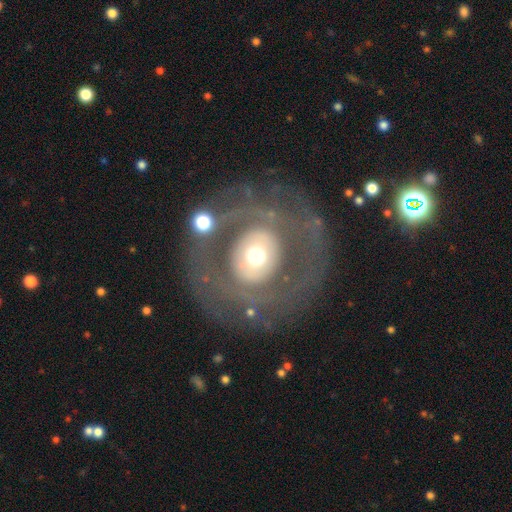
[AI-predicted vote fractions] A featured or disk galaxy (56%) with no bar (83%), no spiral arms (61%) and a moderate central bulge (49%).

Vote fractions:
- Smooth or featured? featured or disk: 56% / smooth: 34% / star or artifact: 10%
- Edge-on disk? no: 94% / yes: 6%
- Bar? no: 83% / weak: 11% / strong: 6%
- Spiral arms? no: 61% / yes: 39%
- Bulge size? moderate: 49% / large: 32% / dominant: 9% / small: 8% / none: 1%
- Merging? none: 69% / major disturbance: 15% / minor disturbance: 12% / merger: 4%